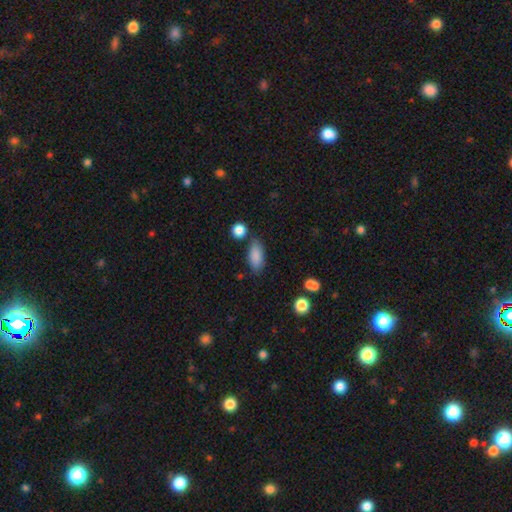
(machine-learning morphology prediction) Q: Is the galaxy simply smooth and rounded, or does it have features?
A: smooth — 86%.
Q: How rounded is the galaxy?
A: in between — 85%.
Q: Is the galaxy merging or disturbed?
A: none — 75%.